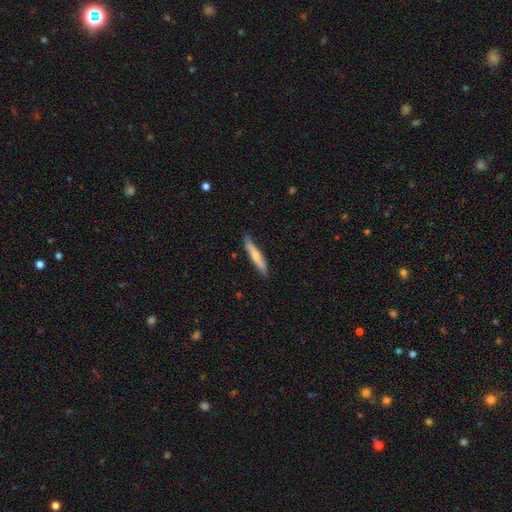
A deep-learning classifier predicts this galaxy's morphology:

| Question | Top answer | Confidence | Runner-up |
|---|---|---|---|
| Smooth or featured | smooth | 62% | featured or disk (33%) |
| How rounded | cigar-shaped | 92% | in between (7%) |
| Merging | none | 85% | minor disturbance (12%) |